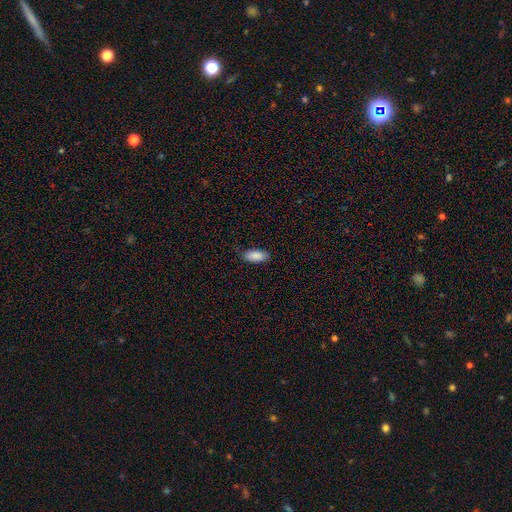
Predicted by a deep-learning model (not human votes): Morphology: type=smooth (89%); roundness=in between (89%); merging=none (84%).